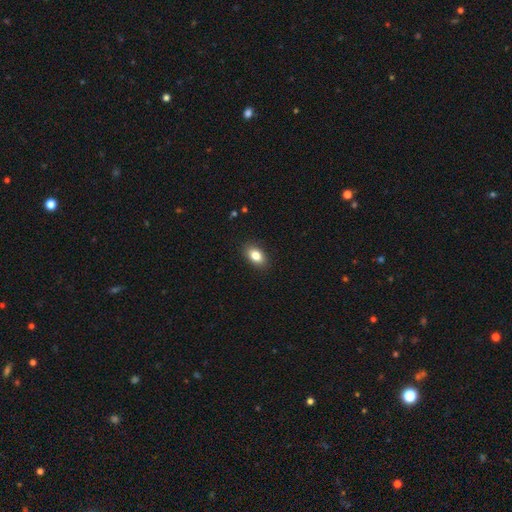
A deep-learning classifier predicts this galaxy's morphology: smooth-or-featured: smooth: 83% | star or artifact: 8% | featured or disk: 8%
  how-rounded: in between: 87% | round: 11% | cigar-shaped: 2%
  merging: none: 89% | minor disturbance: 8% | major disturbance: 2% | merger: 1%